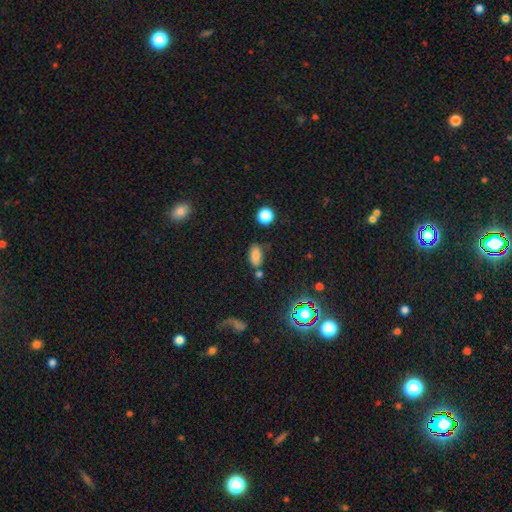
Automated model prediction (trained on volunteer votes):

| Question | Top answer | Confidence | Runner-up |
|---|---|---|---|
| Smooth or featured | smooth | 77% | star or artifact (15%) |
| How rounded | in between | 89% | round (6%) |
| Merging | none | 64% | minor disturbance (19%) |